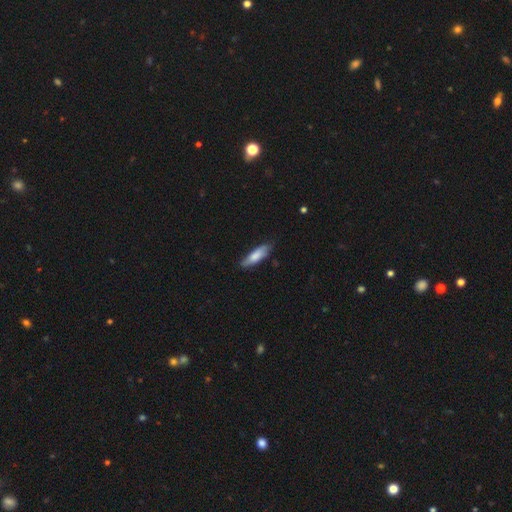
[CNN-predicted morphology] Q: Smooth or featured?
A: smooth (74%); runner-up: featured or disk (20%)
Q: How rounded?
A: cigar-shaped (58%); runner-up: in between (40%)
Q: Merging?
A: none (75%); runner-up: minor disturbance (20%)